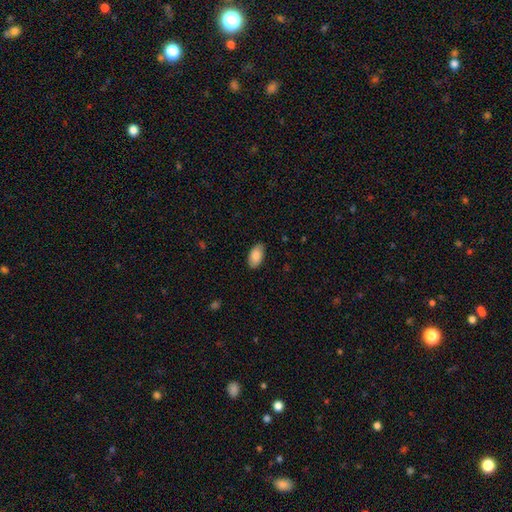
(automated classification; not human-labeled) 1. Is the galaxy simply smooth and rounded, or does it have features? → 87% smooth, 7% featured or disk, 6% star or artifact.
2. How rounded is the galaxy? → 95% in between, 3% round, 2% cigar-shaped.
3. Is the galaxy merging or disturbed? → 85% none, 12% minor disturbance, 2% major disturbance, 1% merger.